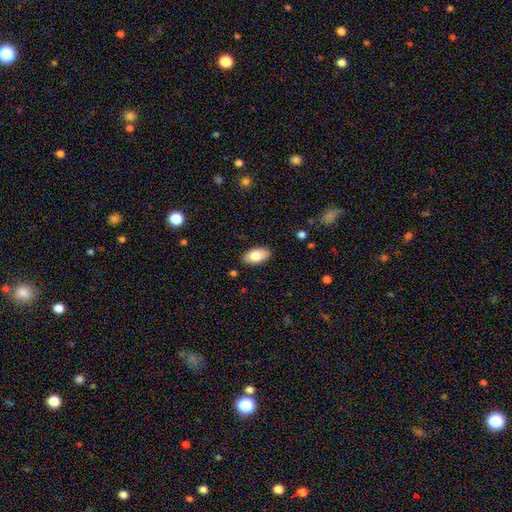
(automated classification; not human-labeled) Smooth or featured: smooth — 80% (featured or disk — 13%)
How rounded: in between — 94% (round — 3%)
Merging: none — 88% (minor disturbance — 9%)